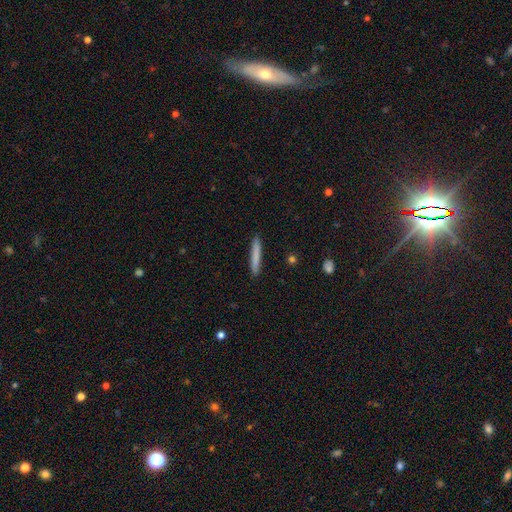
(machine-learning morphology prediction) The model was most divided on "smooth or featured": smooth: 78%, featured or disk: 16%, star or artifact: 6%. More confident: how rounded — cigar-shaped (96%); merging — none (91%).